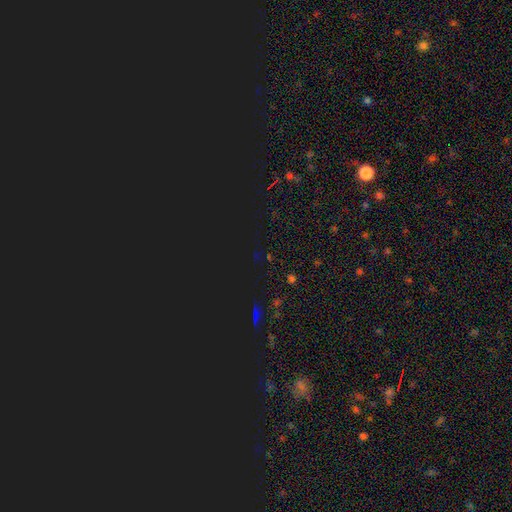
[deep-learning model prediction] Morphology: type=star or artifact (79%).